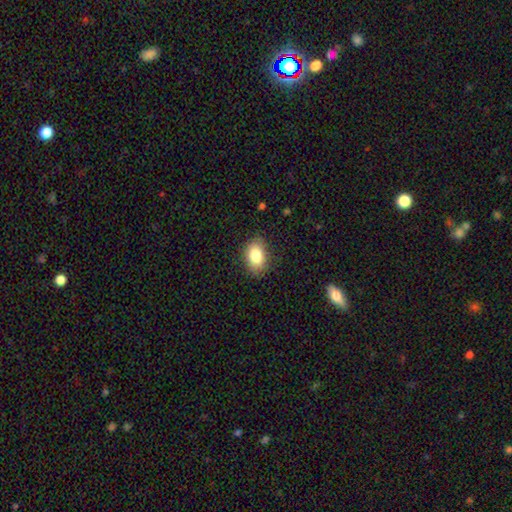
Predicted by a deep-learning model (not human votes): Overall: smooth (84%). How rounded: in between (86%). Merging: none (83%).